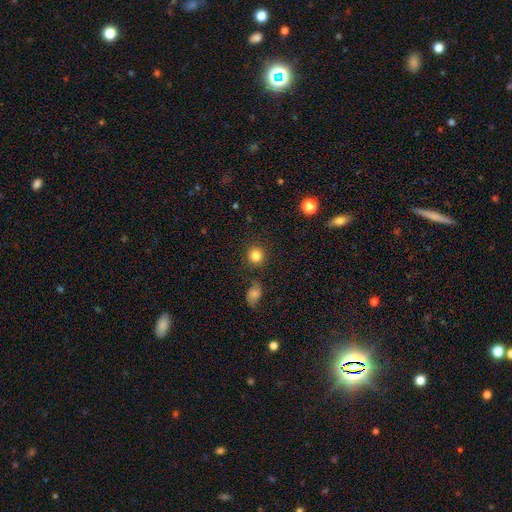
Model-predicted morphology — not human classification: Smooth or featured? Predicted: smooth (p=0.84). How rounded? Predicted: round (p=0.89). Merging? Predicted: none (p=0.86).